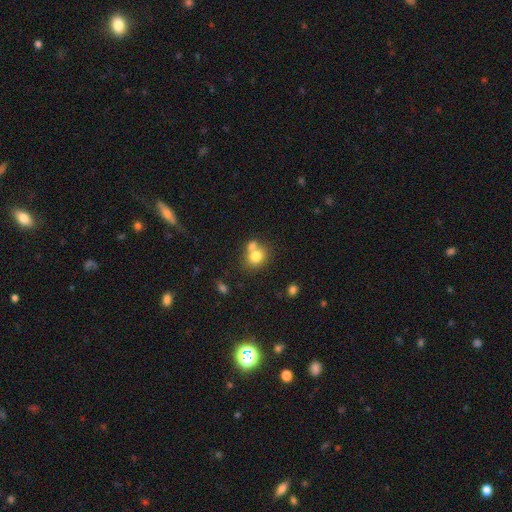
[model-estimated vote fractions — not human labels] Smooth or featured? Predicted: smooth (p=0.77). How rounded? Predicted: round (p=0.67). Merging? Predicted: merger (p=0.45).